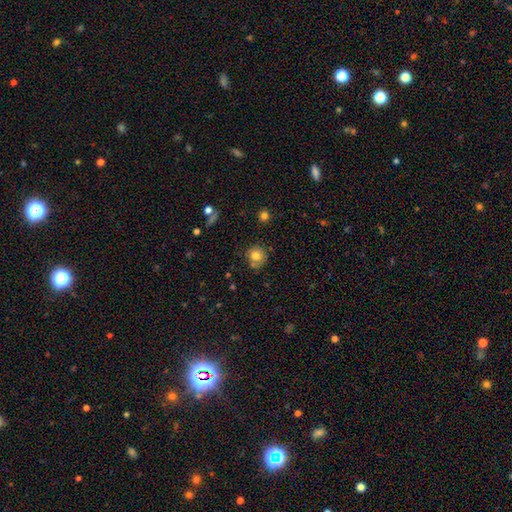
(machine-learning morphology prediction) smooth 77%, featured or disk 11%, star or artifact 11%. Down the decision tree: how rounded — round (83%); merging — none (67%).